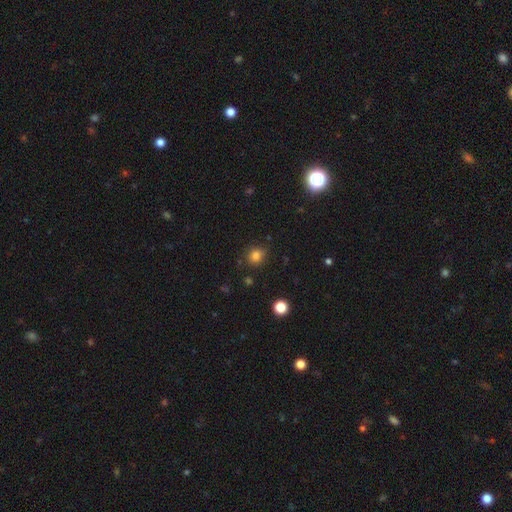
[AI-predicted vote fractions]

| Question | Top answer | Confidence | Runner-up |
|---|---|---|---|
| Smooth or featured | smooth | 81% | star or artifact (14%) |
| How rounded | round | 76% | in between (23%) |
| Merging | none | 81% | minor disturbance (13%) |